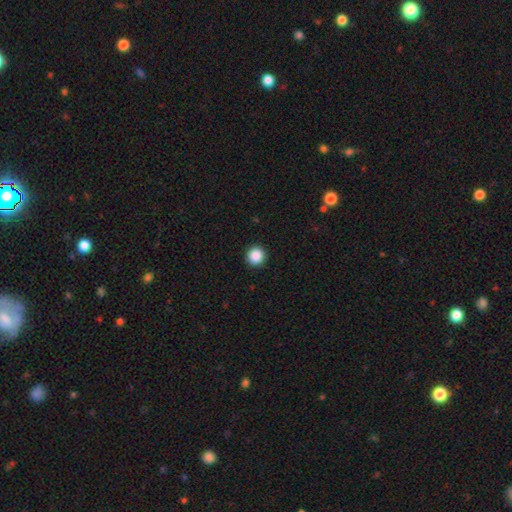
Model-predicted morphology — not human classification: Smooth or featured? smooth (88%)
How rounded? round (94%)
Merging? none (93%)